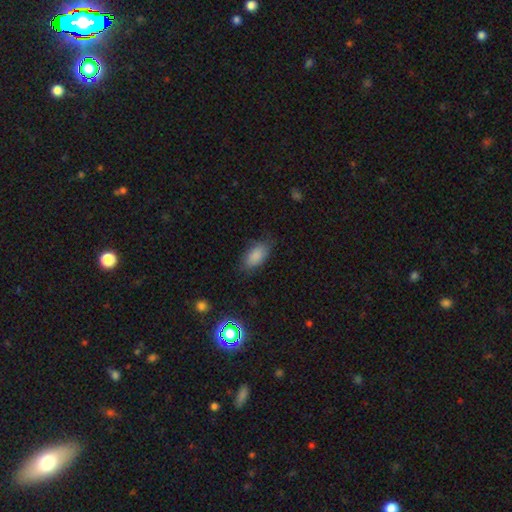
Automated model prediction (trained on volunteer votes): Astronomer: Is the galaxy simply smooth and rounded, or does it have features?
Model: smooth — 86%.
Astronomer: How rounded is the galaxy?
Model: in between — 92%.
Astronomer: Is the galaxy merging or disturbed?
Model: none — 79%.